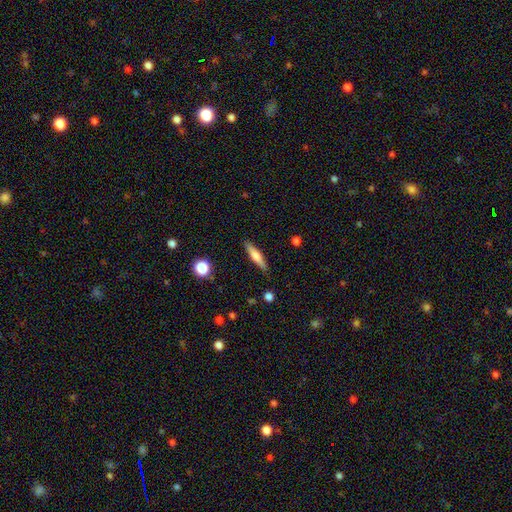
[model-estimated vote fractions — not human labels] A smooth galaxy with no disk features (50%) that is cigar-shaped (84%).

Vote fractions:
- Smooth or featured? smooth: 50% / featured or disk: 43% / star or artifact: 6%
- How rounded? cigar-shaped: 84% / in between: 14% / round: 2%
- Merging? none: 89% / minor disturbance: 8% / major disturbance: 2% / merger: 1%